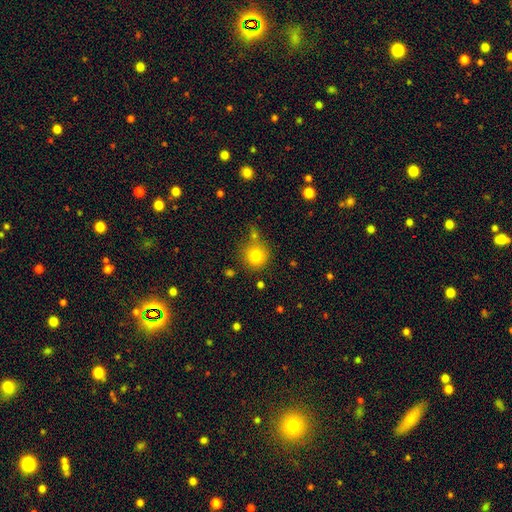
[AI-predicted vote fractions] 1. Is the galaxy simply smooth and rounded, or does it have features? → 79% smooth, 12% star or artifact, 8% featured or disk.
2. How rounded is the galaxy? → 92% round, 7% in between, 1% cigar-shaped.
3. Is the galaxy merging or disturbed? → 71% none, 13% merger, 12% minor disturbance, 4% major disturbance.